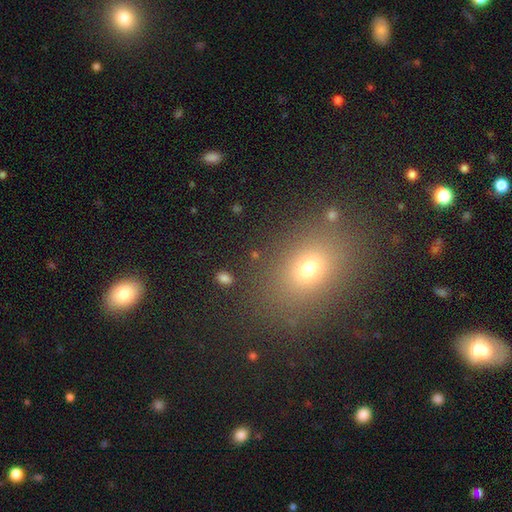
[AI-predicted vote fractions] Smooth or featured?
  - smooth: 63% *
  - star or artifact: 26%
  - featured or disk: 11%
How rounded?
  - in between: 57% *
  - round: 40%
  - cigar-shaped: 3%
Merging?
  - none: 82% *
  - minor disturbance: 9%
  - major disturbance: 4%
  - merger: 4%